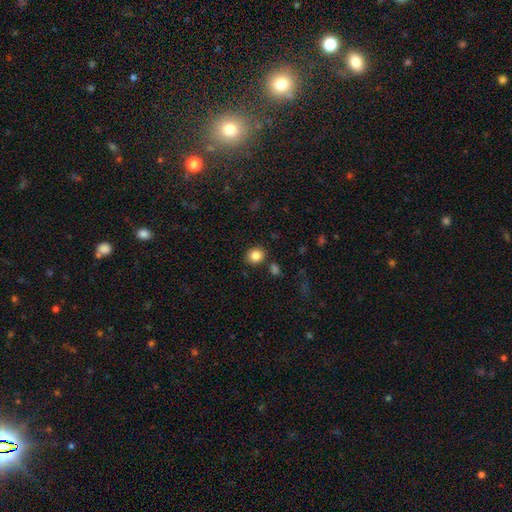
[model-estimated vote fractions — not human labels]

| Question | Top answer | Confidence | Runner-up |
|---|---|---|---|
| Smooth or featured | smooth | 85% | star or artifact (10%) |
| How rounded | round | 74% | in between (25%) |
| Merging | none | 85% | minor disturbance (8%) |